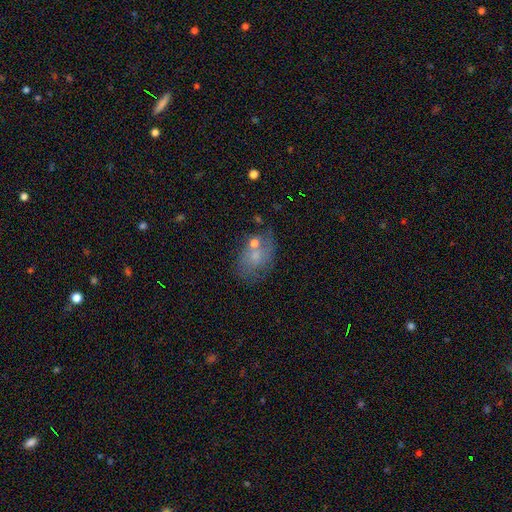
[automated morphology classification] This is possibly a smooth galaxy (52%). How rounded: likely in between (75%). Merging: possibly none (53%).